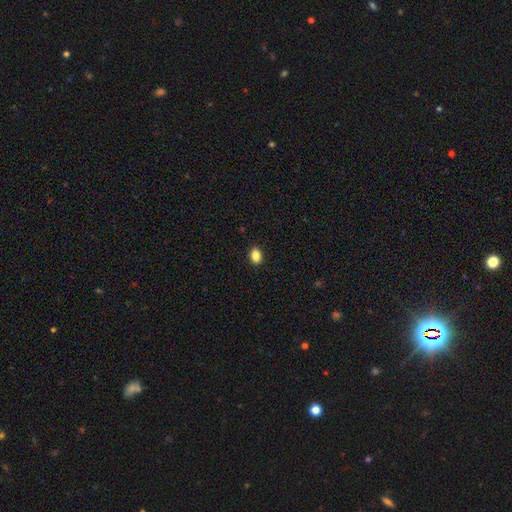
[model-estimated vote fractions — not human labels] smooth-or-featured: smooth: 86% | star or artifact: 10% | featured or disk: 5%
  how-rounded: in between: 78% | round: 21% | cigar-shaped: 2%
  merging: none: 90% | minor disturbance: 7% | major disturbance: 2% | merger: 1%